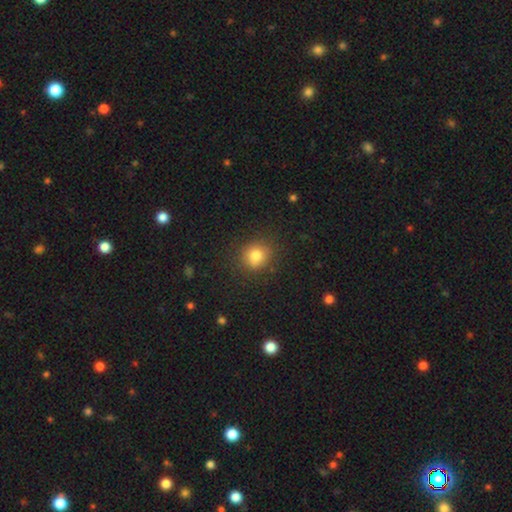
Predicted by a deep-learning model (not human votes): Overall: smooth (81%). How rounded: round (81%). Merging: none (83%).